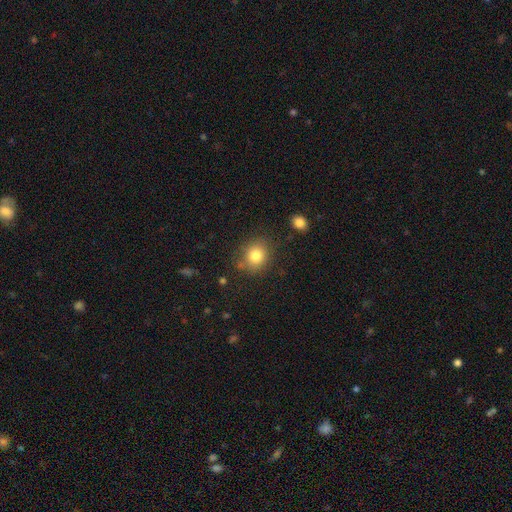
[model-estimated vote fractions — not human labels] Smooth or featured? Predicted: smooth (p=0.81). How rounded? Predicted: round (p=0.74). Merging? Predicted: none (p=0.80).